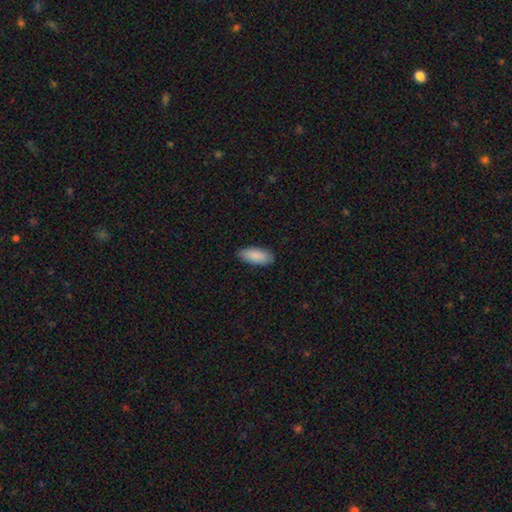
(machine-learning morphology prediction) Q: Smooth or featured?
A: smooth (90%); runner-up: star or artifact (5%)
Q: How rounded?
A: in between (86%); runner-up: cigar-shaped (13%)
Q: Merging?
A: none (89%); runner-up: minor disturbance (9%)